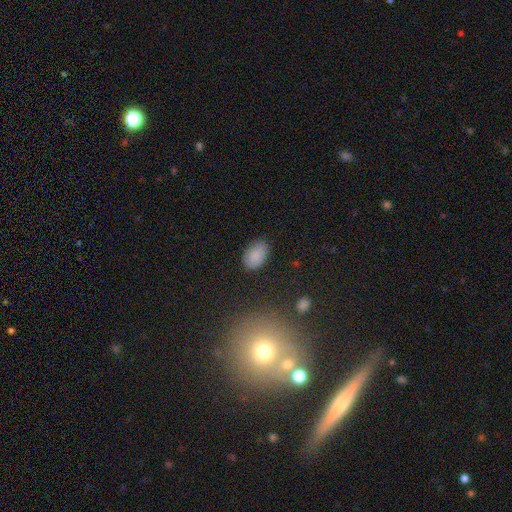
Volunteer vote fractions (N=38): Smooth or featured? smooth (89%)
How rounded? in between (91%)
Merging? none (86%)